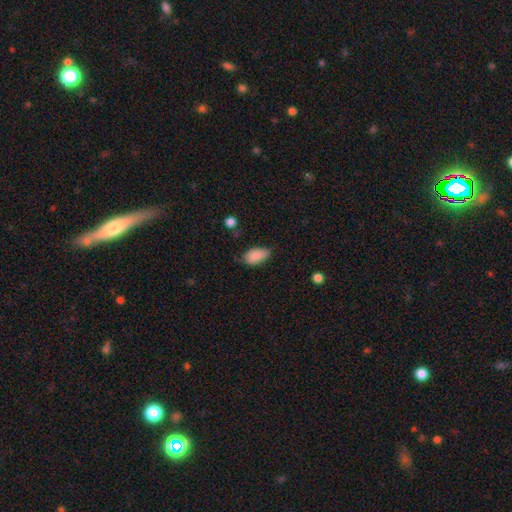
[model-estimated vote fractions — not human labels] Smooth or featured: smooth — 87% (star or artifact — 7%)
How rounded: in between — 93% (round — 4%)
Merging: none — 63% (minor disturbance — 30%)